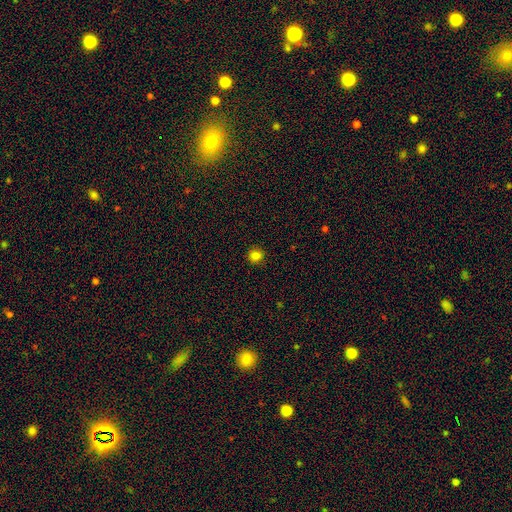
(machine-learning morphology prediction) smooth_or_featured: smooth (p=0.82) [alt: star or artifact p=0.13]
how_rounded: round (p=0.90) [alt: in between p=0.09]
merging: none (p=0.91) [alt: minor disturbance p=0.06]